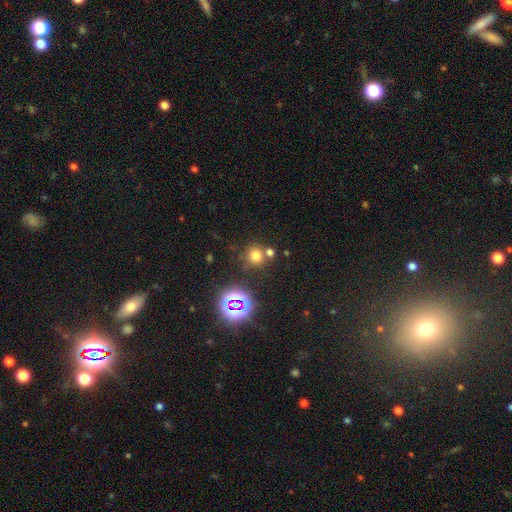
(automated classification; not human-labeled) This appears to be a smooth galaxy with no disk features (69%) that is round (90%). Merging: none (68%).